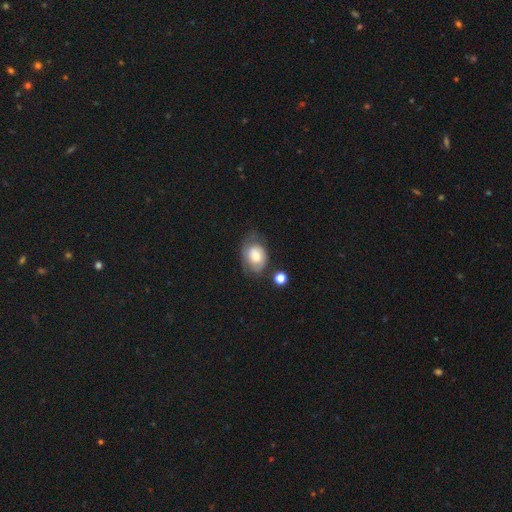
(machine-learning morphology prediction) Smooth or featured?
  - smooth: 54% *
  - featured or disk: 37%
  - star or artifact: 8%
How rounded?
  - in between: 73% *
  - round: 26%
  - cigar-shaped: 1%
Merging?
  - none: 51% *
  - minor disturbance: 29%
  - major disturbance: 15%
  - merger: 5%